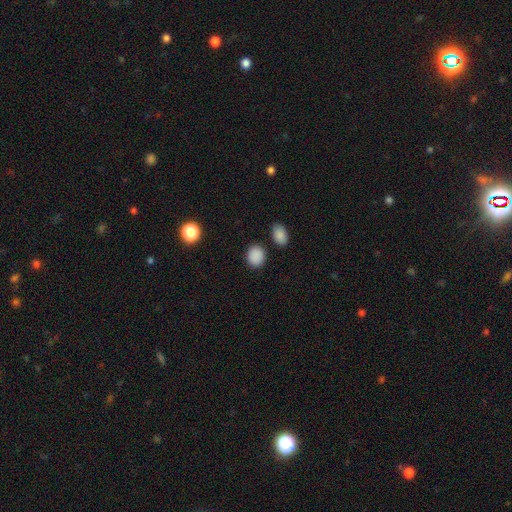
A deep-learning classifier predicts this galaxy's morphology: Smooth or featured? Predicted: smooth (p=0.88). How rounded? Predicted: round (p=0.57). Merging? Predicted: none (p=0.84).